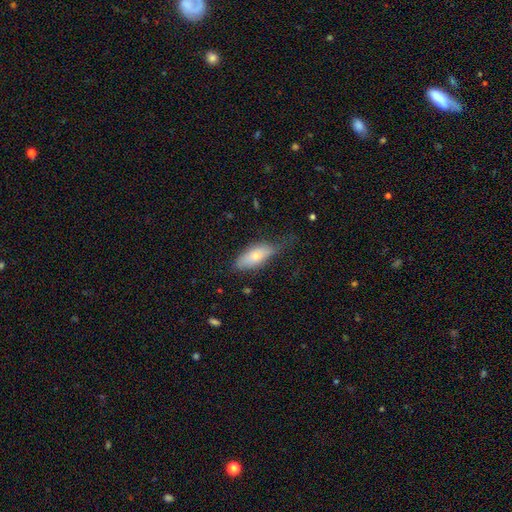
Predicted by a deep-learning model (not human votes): The model was most divided on "merging": none: 52%, minor disturbance: 33%, major disturbance: 14%, merger: 2%. More confident: how rounded — in between (81%); smooth or featured — smooth (68%).